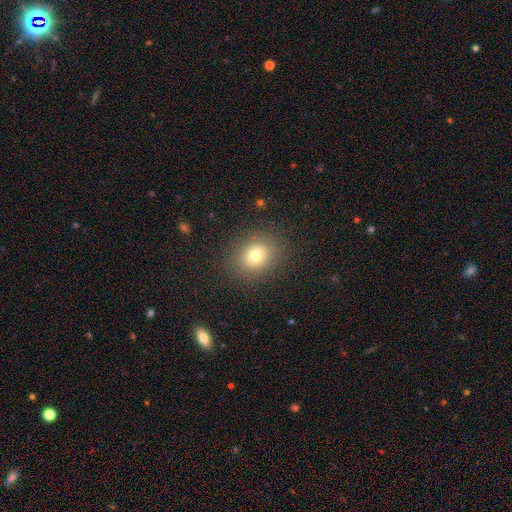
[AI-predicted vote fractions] Smooth or featured? Predicted: smooth (p=0.75). How rounded? Predicted: round (p=0.57). Merging? Predicted: none (p=0.87).